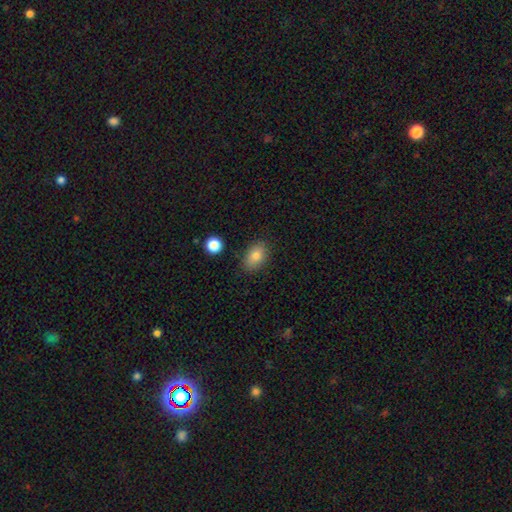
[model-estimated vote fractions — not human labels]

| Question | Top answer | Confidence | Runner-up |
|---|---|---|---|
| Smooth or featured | smooth | 83% | star or artifact (9%) |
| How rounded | in between | 82% | round (16%) |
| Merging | none | 84% | minor disturbance (11%) |